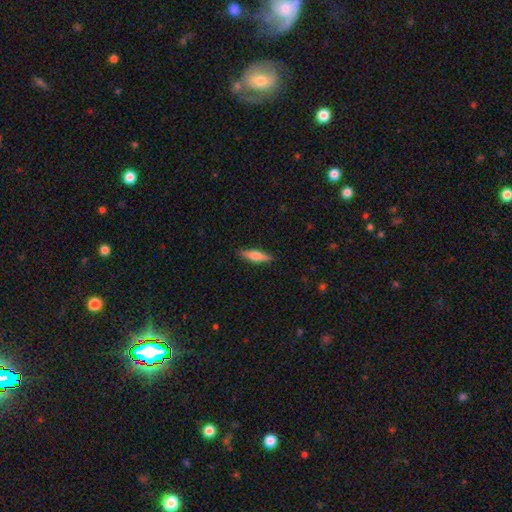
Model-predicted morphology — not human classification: smooth_or_featured: smooth (p=0.63) [alt: featured or disk p=0.31]
how_rounded: cigar-shaped (p=0.66) [alt: in between p=0.32]
merging: none (p=0.88) [alt: minor disturbance p=0.09]